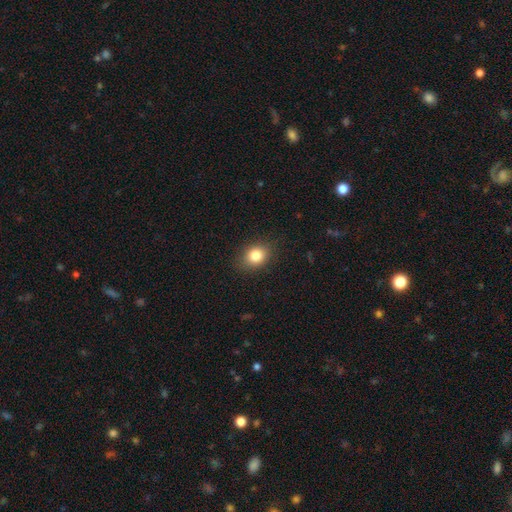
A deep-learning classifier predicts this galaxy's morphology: smooth 83%, star or artifact 10%, featured or disk 7%. Down the decision tree: how rounded — in between (51%); merging — none (85%).